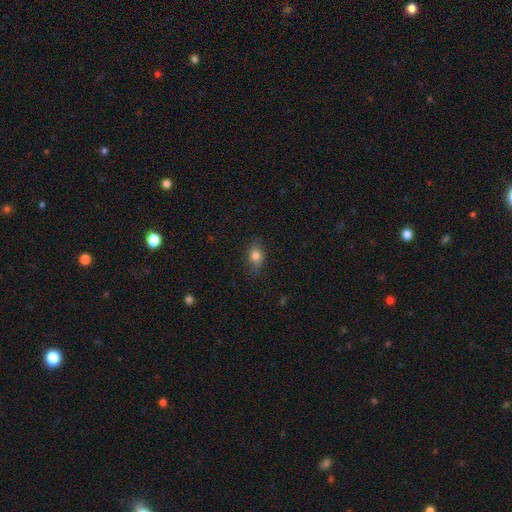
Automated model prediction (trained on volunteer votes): Smooth or featured? smooth (79%)
How rounded? in between (76%)
Merging? none (80%)